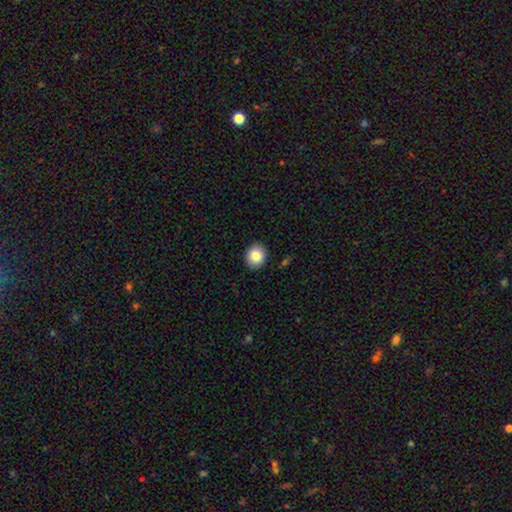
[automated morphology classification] Smooth or featured: smooth — 84% (star or artifact — 8%)
How rounded: round — 71% (in between — 28%)
Merging: none — 90% (minor disturbance — 7%)